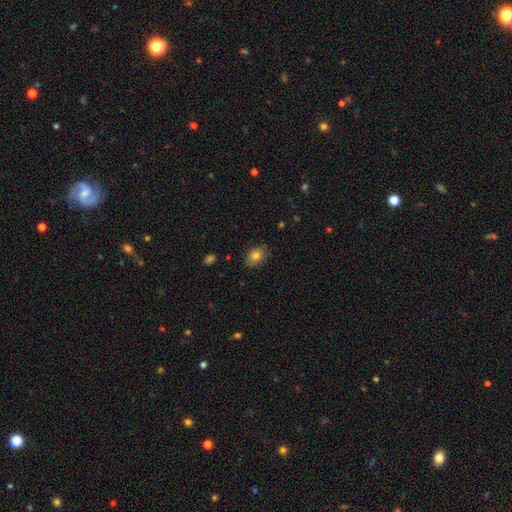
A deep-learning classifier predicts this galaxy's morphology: Q: Smooth or featured?
A: smooth (80%); runner-up: featured or disk (11%)
Q: How rounded?
A: in between (77%); runner-up: round (21%)
Q: Merging?
A: none (83%); runner-up: minor disturbance (13%)